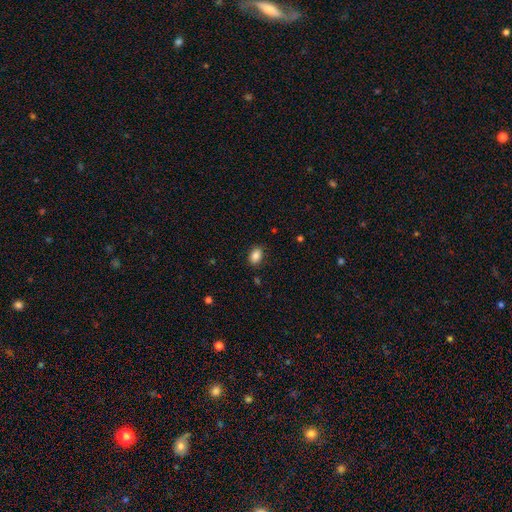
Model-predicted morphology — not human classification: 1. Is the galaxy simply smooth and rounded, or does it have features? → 85% smooth, 9% star or artifact, 6% featured or disk.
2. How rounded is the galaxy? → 83% in between, 16% round, 1% cigar-shaped.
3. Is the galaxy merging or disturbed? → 86% none, 10% minor disturbance, 2% major disturbance, 1% merger.